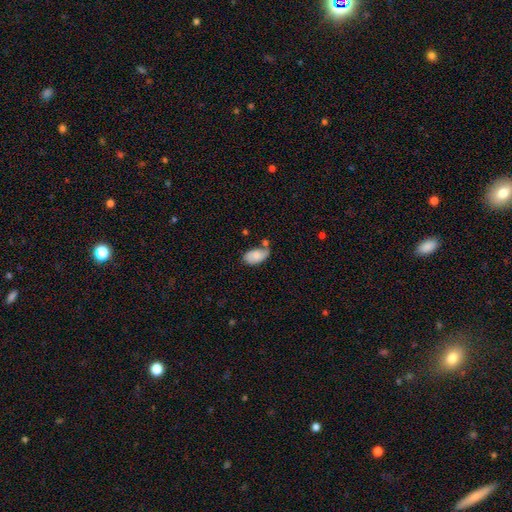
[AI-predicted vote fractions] Smooth or featured: smooth — 78% (featured or disk — 15%)
How rounded: in between — 94% (round — 5%)
Merging: none — 44% (minor disturbance — 30%)